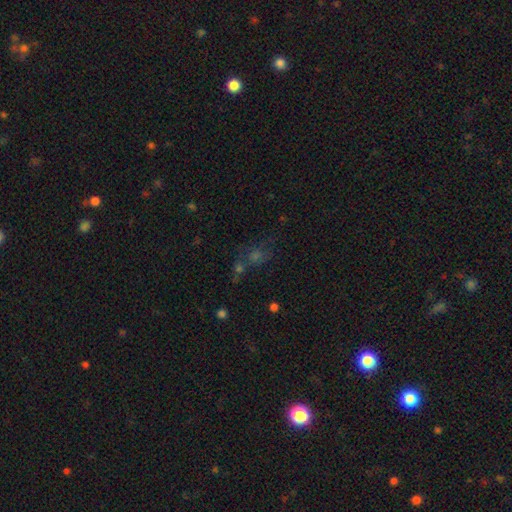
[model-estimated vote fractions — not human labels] Overall: star or artifact (45%; smooth 37%).